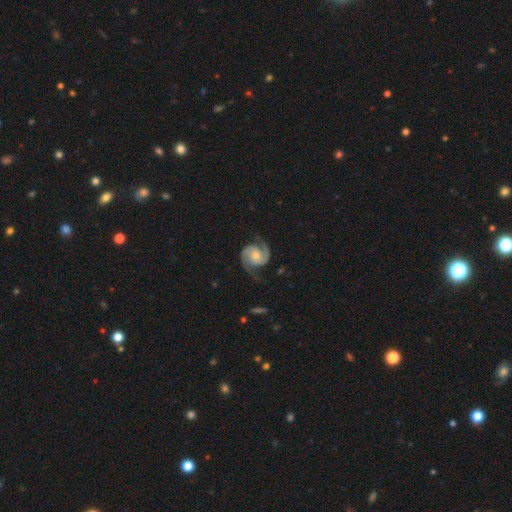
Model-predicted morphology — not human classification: Smooth or featured? Predicted: featured or disk (p=0.91). Edge-on disk? Predicted: no (p=0.98). Bar? Predicted: no (p=0.67). Spiral arms? Predicted: yes (p=0.98). Spiral winding? Predicted: medium (p=0.53). Spiral arm count? Predicted: 2 (p=0.94). Bulge size? Predicted: small (p=0.52). Merging? Predicted: none (p=0.78).